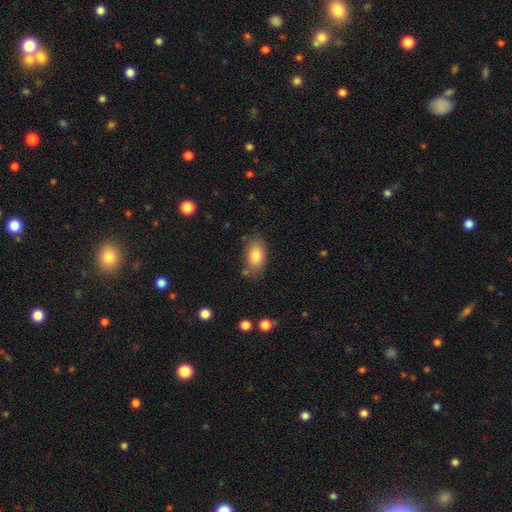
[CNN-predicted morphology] This appears to be a smooth galaxy with no disk features (82%) that is in between round and cigar-shaped (90%). Merging: none (75%).